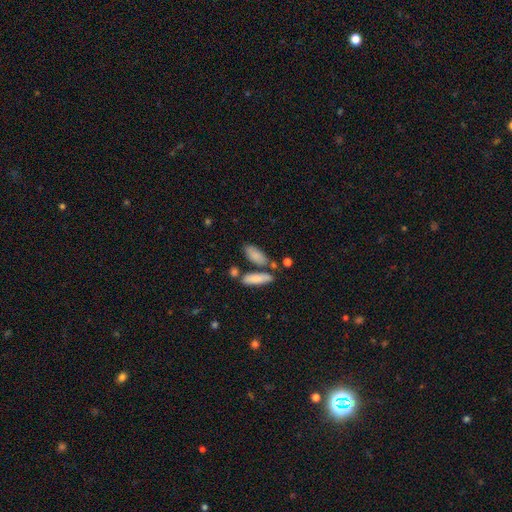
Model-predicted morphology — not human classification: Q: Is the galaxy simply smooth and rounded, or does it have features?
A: smooth — 82%.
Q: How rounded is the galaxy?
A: in between — 72%.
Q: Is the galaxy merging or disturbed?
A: none — 64%.